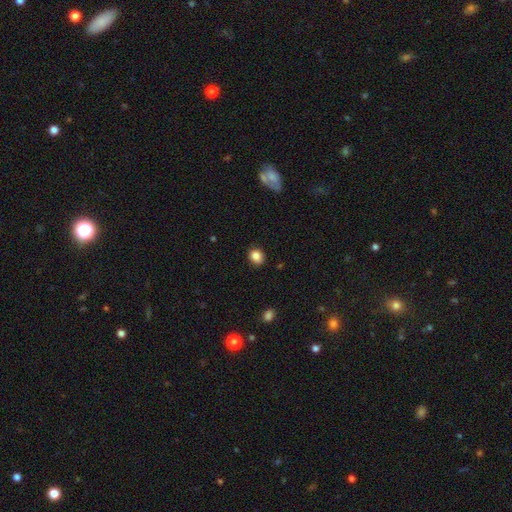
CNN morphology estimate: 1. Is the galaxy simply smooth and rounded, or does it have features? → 86% smooth, 9% star or artifact, 5% featured or disk.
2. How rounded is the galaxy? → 59% round, 40% in between, 1% cigar-shaped.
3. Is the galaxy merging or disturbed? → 87% none, 10% minor disturbance, 2% major disturbance, 1% merger.